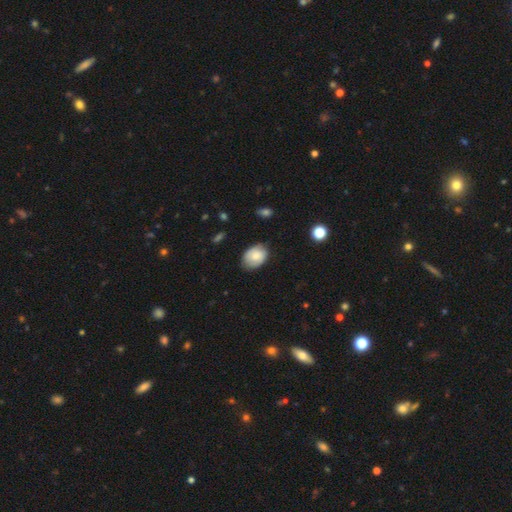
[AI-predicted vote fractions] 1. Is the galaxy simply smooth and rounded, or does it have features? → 72% smooth, 21% featured or disk, 7% star or artifact.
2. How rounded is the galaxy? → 68% in between, 31% round, 1% cigar-shaped.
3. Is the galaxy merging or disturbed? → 72% none, 23% minor disturbance, 4% major disturbance, 1% merger.